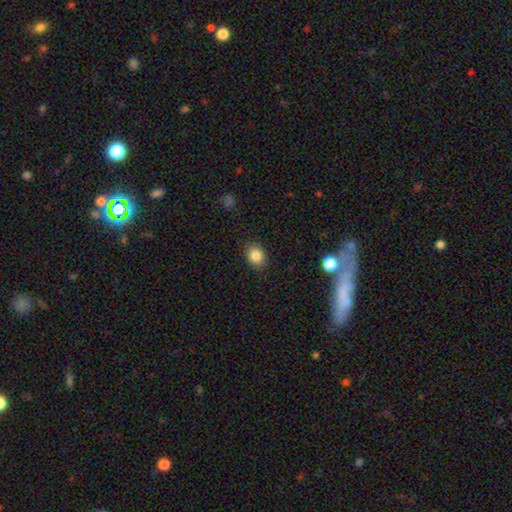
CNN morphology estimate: Smooth or featured?
  - smooth: 85% *
  - star or artifact: 10%
  - featured or disk: 5%
How rounded?
  - in between: 51% *
  - round: 48%
  - cigar-shaped: 1%
Merging?
  - none: 87% *
  - minor disturbance: 9%
  - major disturbance: 2%
  - merger: 1%